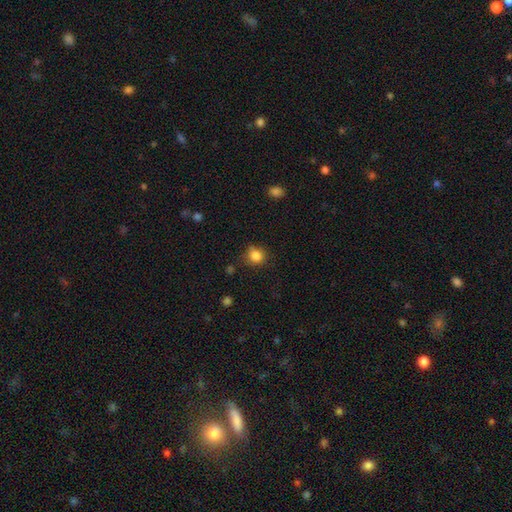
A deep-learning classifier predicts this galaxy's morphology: This appears to be a smooth galaxy with no disk features (84%) that is round (81%). Merging: none (75%).